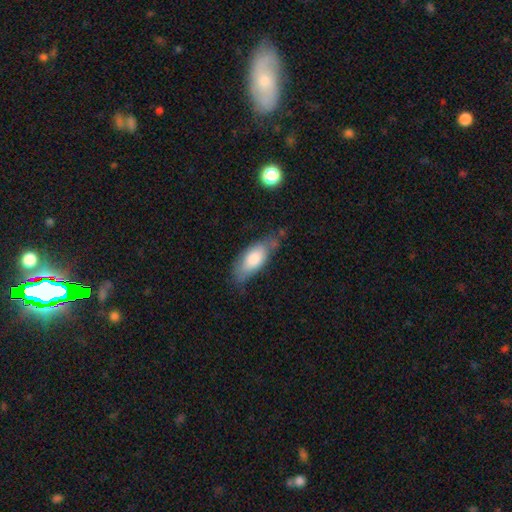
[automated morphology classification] A smooth galaxy with no disk features (76%) that is in between round and cigar-shaped (82%).

Vote fractions:
- Smooth or featured? smooth: 76% / featured or disk: 18% / star or artifact: 6%
- How rounded? in between: 82% / cigar-shaped: 16% / round: 2%
- Merging? none: 58% / minor disturbance: 30% / major disturbance: 8% / merger: 3%